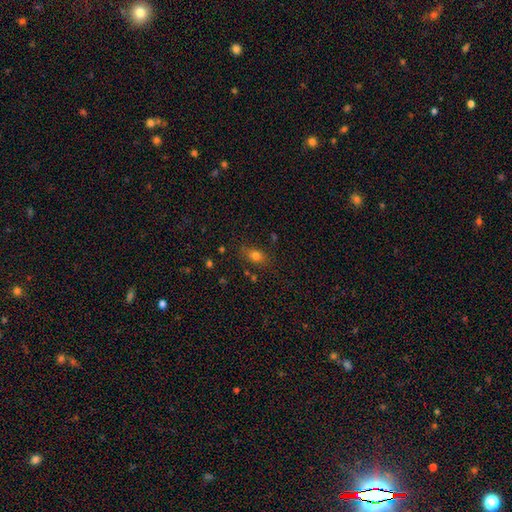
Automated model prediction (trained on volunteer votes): smooth 76%, star or artifact 14%, featured or disk 10%. Down the decision tree: how rounded — in between (69%); merging — none (76%).